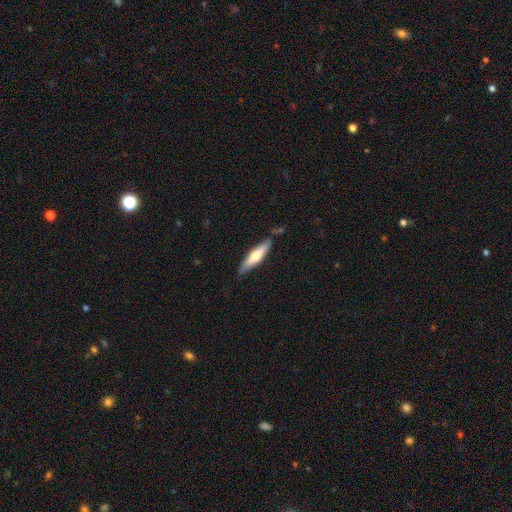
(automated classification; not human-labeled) Morphology: type=smooth (53%); roundness=cigar-shaped (78%); merging=none (80%).